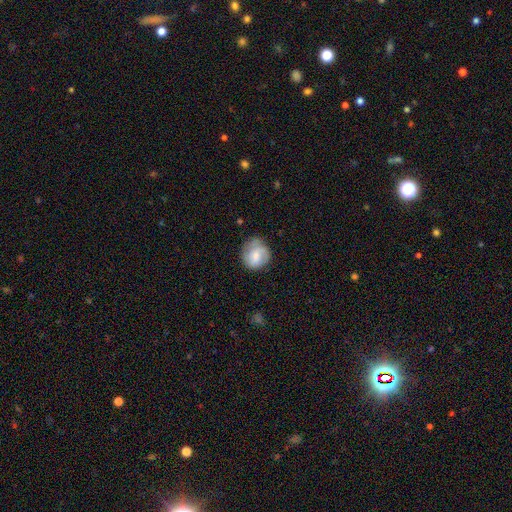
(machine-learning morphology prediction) Smooth or featured? smooth (57%)
How rounded? round (81%)
Merging? none (64%)